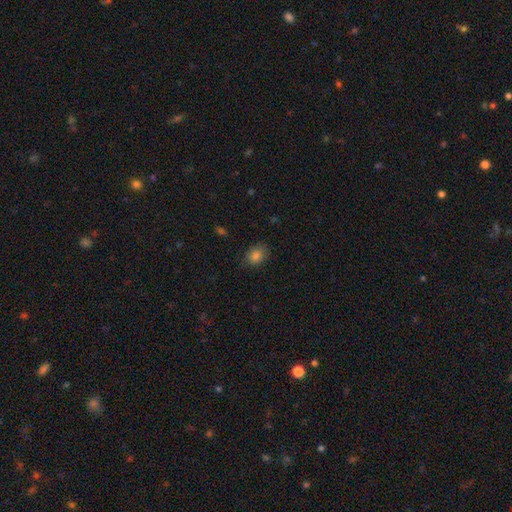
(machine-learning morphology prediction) smooth_or_featured: smooth (p=0.84) [alt: star or artifact p=0.10]
how_rounded: in between (p=0.64) [alt: round p=0.35]
merging: none (p=0.78) [alt: minor disturbance p=0.17]